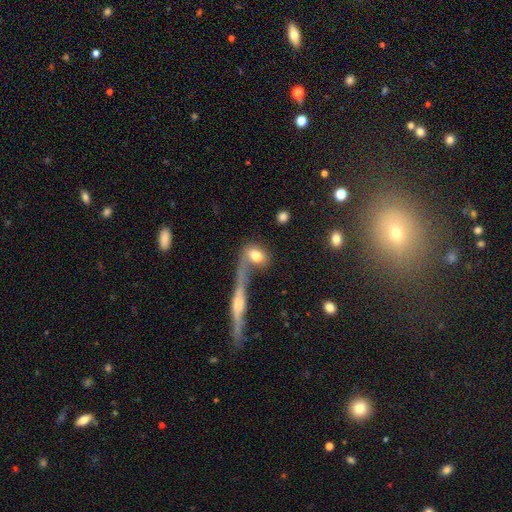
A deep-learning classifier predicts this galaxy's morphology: Overall: smooth (74%). How rounded: in between (61%; round 30%). Merging: none (48%; merger 32%).